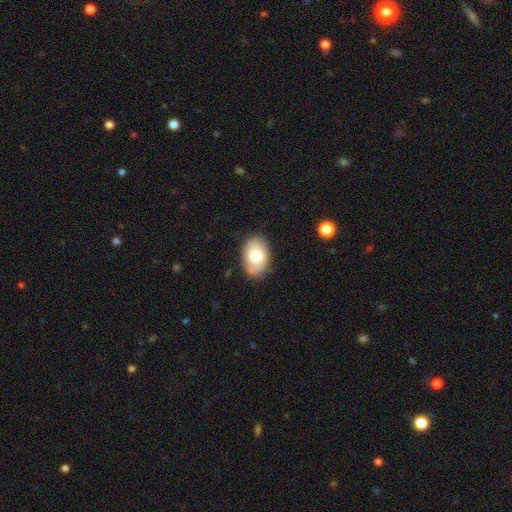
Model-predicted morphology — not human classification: smooth_or_featured: smooth (p=0.73) [alt: featured or disk p=0.20]
how_rounded: in between (p=0.87) [alt: round p=0.12]
merging: none (p=0.81) [alt: minor disturbance p=0.14]